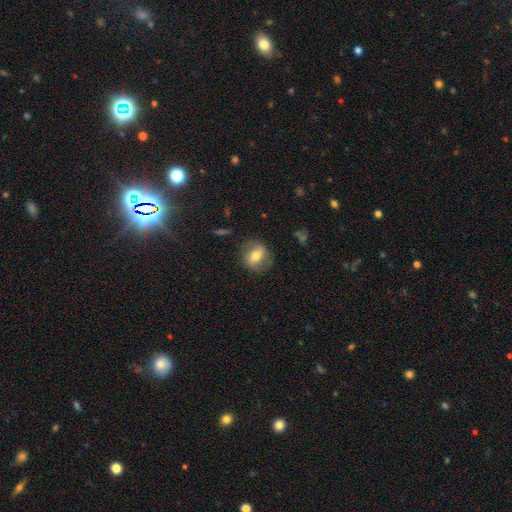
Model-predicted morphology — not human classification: A featured or disk galaxy (48%). Merging: none (80%).